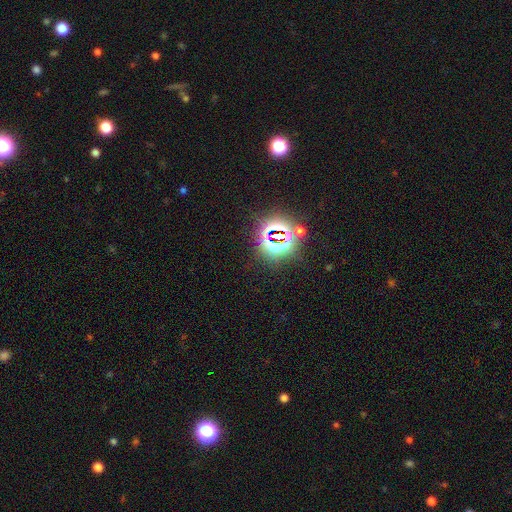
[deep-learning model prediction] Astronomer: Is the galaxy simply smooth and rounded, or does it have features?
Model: star or artifact — 81%.